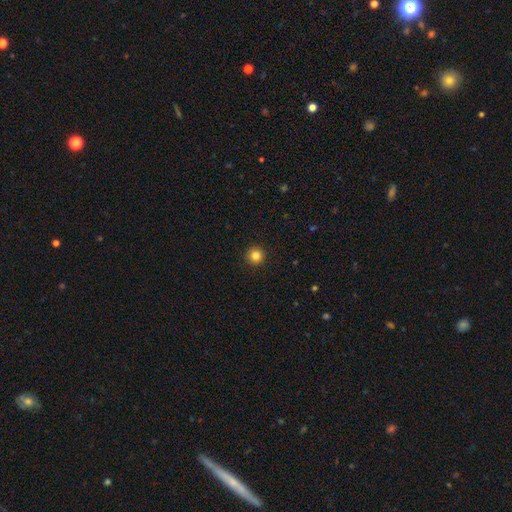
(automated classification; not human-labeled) smooth 83%, star or artifact 12%, featured or disk 5%. Down the decision tree: how rounded — round (96%); merging — none (93%).